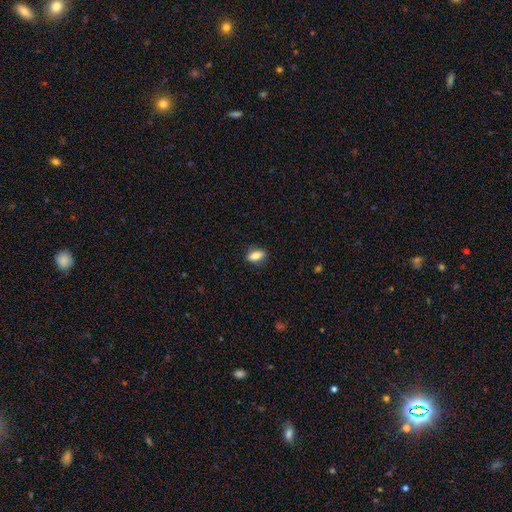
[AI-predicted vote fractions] A smooth galaxy with no disk features (79%) that is in between round and cigar-shaped (80%).

Vote fractions:
- Smooth or featured? smooth: 79% / featured or disk: 14% / star or artifact: 8%
- How rounded? in between: 80% / cigar-shaped: 14% / round: 6%
- Merging? none: 85% / minor disturbance: 11% / major disturbance: 3% / merger: 1%